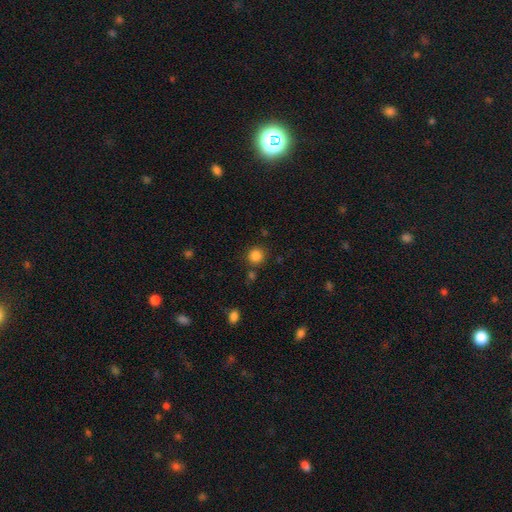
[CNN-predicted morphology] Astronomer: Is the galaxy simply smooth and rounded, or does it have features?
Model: smooth — 84%.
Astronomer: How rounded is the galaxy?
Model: round — 91%.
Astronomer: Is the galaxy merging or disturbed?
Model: none — 83%.